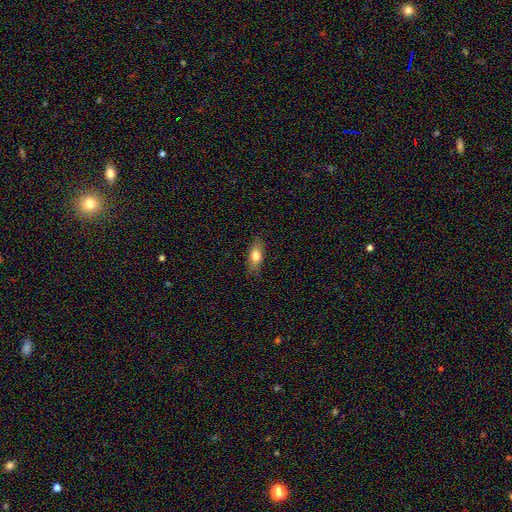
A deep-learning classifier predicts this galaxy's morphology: The model was most divided on "smooth or featured": smooth: 72%, featured or disk: 20%, star or artifact: 8%. More confident: merging — none (83%); how rounded — in between (74%).